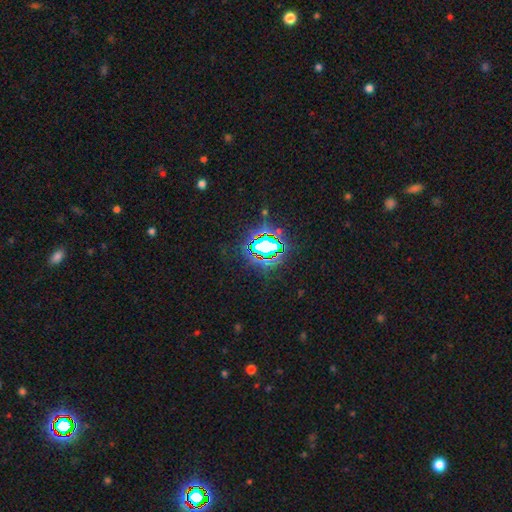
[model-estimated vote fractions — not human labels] Smooth or featured? star or artifact (74%)